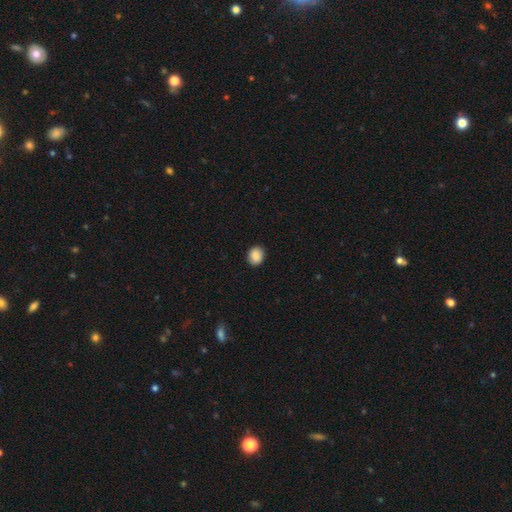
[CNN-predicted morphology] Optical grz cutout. It shows a smooth galaxy with no disk features (88%) that is round (59%). Merging: none (90%).